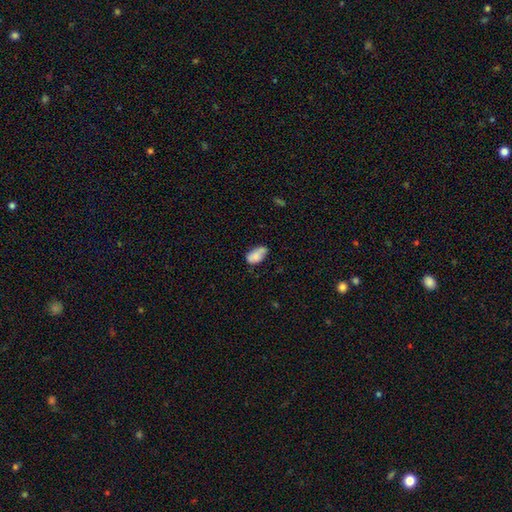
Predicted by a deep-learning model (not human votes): smooth_or_featured: smooth (p=0.77) [alt: featured or disk p=0.15]
how_rounded: in between (p=0.92) [alt: round p=0.06]
merging: none (p=0.49) [alt: minor disturbance p=0.36]